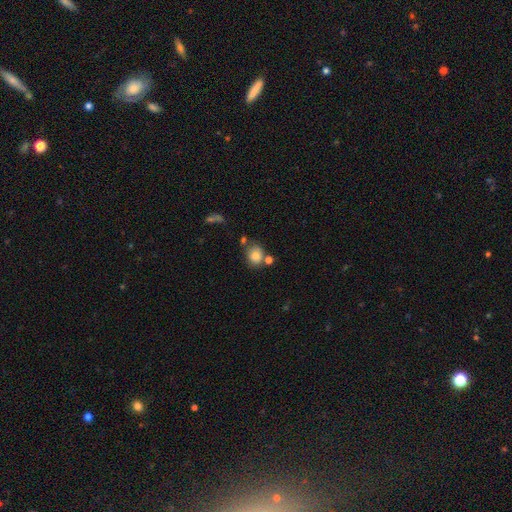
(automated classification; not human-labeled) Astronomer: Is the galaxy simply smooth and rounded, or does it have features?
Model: smooth — 83%.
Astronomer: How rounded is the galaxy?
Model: round — 68%.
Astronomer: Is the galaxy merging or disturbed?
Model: none — 61%.